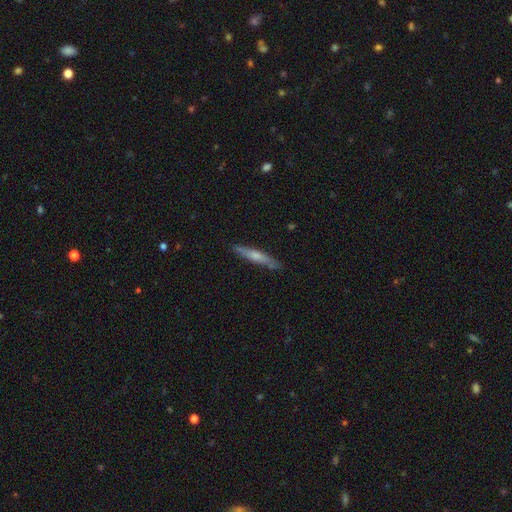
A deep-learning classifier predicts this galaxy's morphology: smooth 50%, featured or disk 44%, star or artifact 6%. Down the decision tree: merging — none (86%).